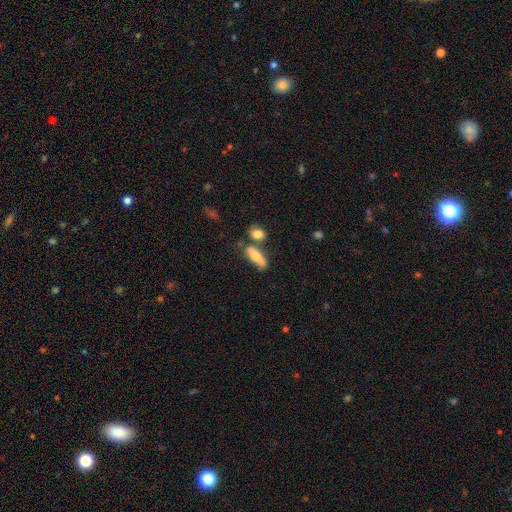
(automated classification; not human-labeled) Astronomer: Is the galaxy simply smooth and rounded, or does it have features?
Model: smooth — 67%.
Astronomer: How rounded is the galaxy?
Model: in between — 59% (runner-up: cigar-shaped, 38%).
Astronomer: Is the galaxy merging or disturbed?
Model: none — 52%.